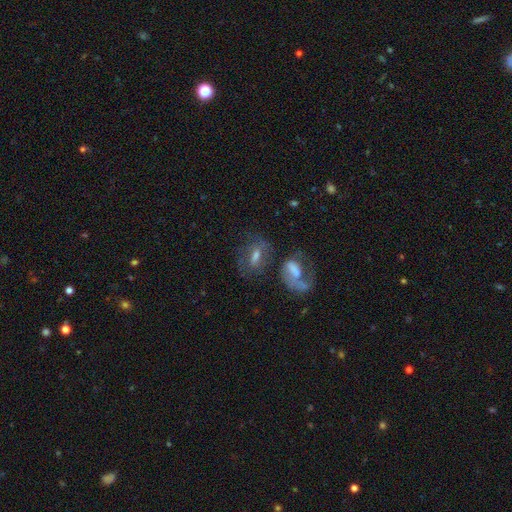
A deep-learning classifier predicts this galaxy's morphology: A featured or disk galaxy (49%). Merging: none (45%).